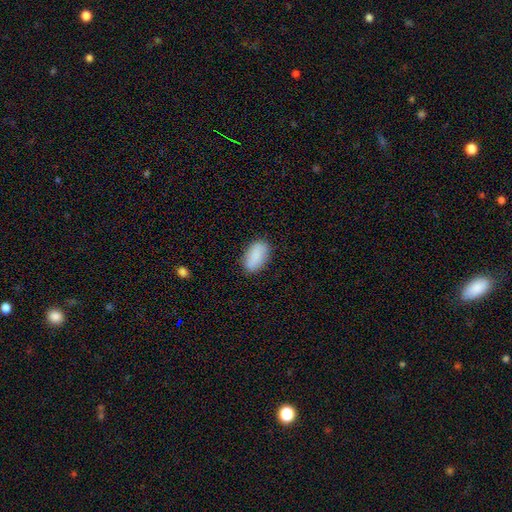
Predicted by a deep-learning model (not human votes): smooth_or_featured: smooth (p=0.87) [alt: star or artifact p=0.06]
how_rounded: in between (p=0.93) [alt: round p=0.04]
merging: none (p=0.85) [alt: minor disturbance p=0.11]